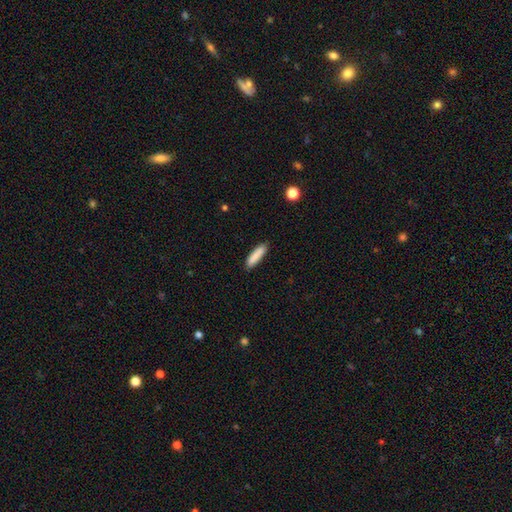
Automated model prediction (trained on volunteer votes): Overall: smooth (87%). How rounded: cigar-shaped (78%). Merging: none (88%).